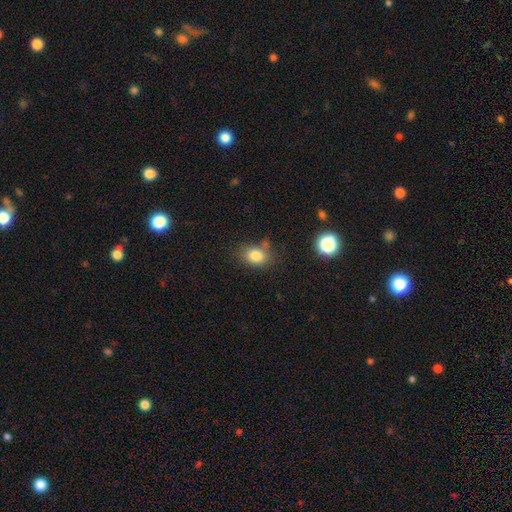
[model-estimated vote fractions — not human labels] A smooth galaxy with no disk features (82%) that is in between round and cigar-shaped (64%).

Vote fractions:
- Smooth or featured? smooth: 82% / star or artifact: 11% / featured or disk: 7%
- How rounded? in between: 64% / round: 35% / cigar-shaped: 1%
- Merging? none: 68% / minor disturbance: 19% / merger: 7% / major disturbance: 6%